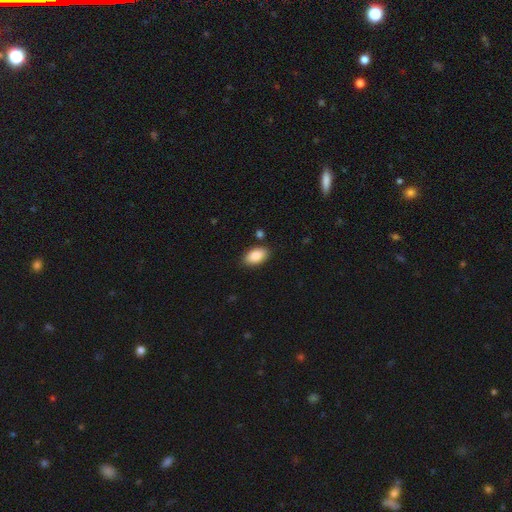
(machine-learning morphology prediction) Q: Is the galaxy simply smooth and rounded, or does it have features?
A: smooth — 87%.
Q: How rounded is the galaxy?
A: in between — 94%.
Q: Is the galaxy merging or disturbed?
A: none — 85%.